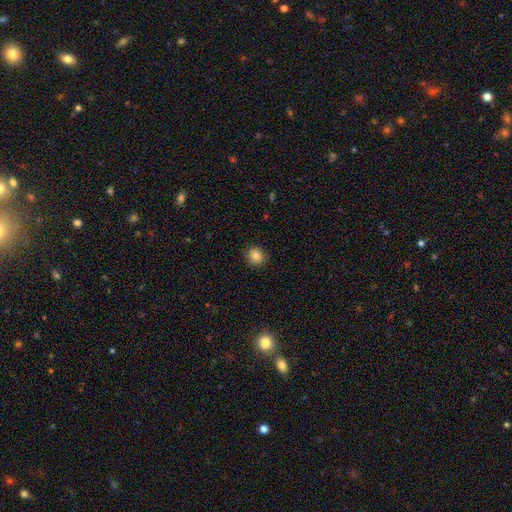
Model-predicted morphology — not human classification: Smooth or featured: smooth — 83% (star or artifact — 11%)
How rounded: round — 84% (in between — 15%)
Merging: none — 90% (minor disturbance — 7%)